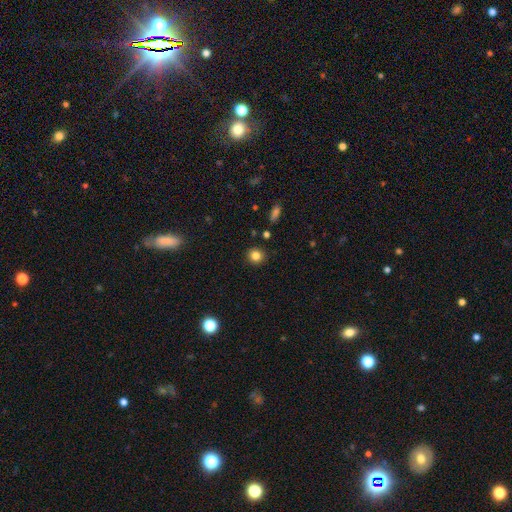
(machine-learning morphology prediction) Overall: smooth (83%). How rounded: round (89%). Merging: none (90%).